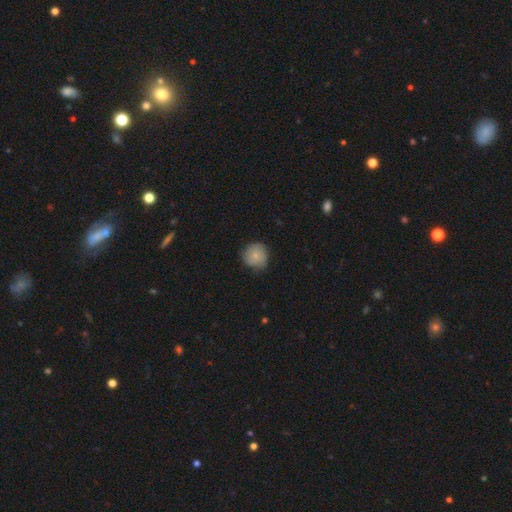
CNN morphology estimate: smooth_or_featured: smooth (p=0.77) [alt: featured or disk p=0.16]
how_rounded: round (p=0.91) [alt: in between p=0.08]
merging: none (p=0.74) [alt: minor disturbance p=0.21]